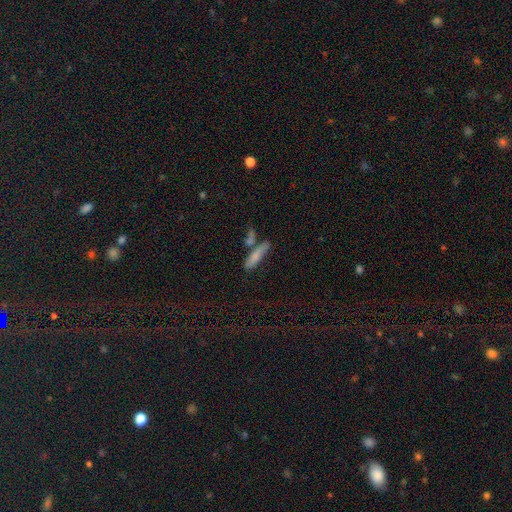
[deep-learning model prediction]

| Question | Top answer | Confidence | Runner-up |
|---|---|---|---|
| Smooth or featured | smooth | 74% | featured or disk (18%) |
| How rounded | cigar-shaped | 80% | in between (18%) |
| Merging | none | 56% | merger (23%) |